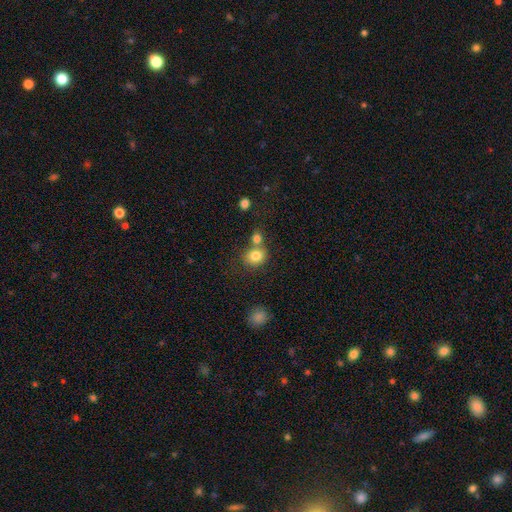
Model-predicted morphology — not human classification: Smooth or featured: smooth — 82% (star or artifact — 10%)
How rounded: round — 70% (in between — 29%)
Merging: none — 53% (merger — 32%)